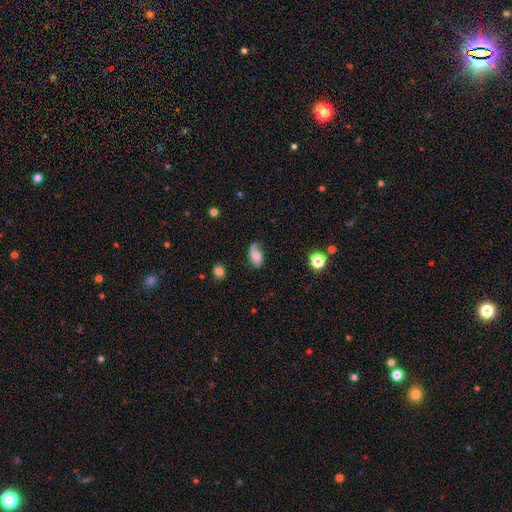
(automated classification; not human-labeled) A smooth galaxy with no disk features (58%) that is in between round and cigar-shaped (89%).

Vote fractions:
- Smooth or featured? smooth: 58% / featured or disk: 33% / star or artifact: 9%
- How rounded? in between: 89% / round: 8% / cigar-shaped: 3%
- Merging? none: 48% / minor disturbance: 31% / major disturbance: 19% / merger: 3%